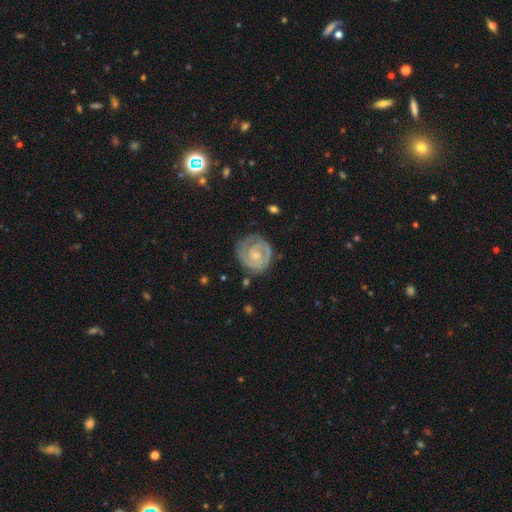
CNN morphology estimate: Smooth or featured? Predicted: featured or disk (p=0.83). Edge-on disk? Predicted: no (p=0.98). Bar? Predicted: no (p=0.68). Spiral arms? Predicted: yes (p=0.95). Spiral winding? Predicted: tight (p=0.73). Spiral arm count? Predicted: 2 (p=0.65). Bulge size? Predicted: small (p=0.68). Merging? Predicted: none (p=0.73).